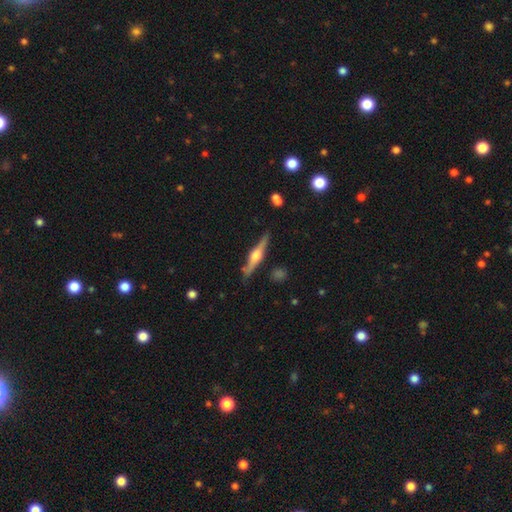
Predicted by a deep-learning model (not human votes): Smooth or featured: featured or disk — 75% (smooth — 20%)
Edge-on disk: yes — 97% (no — 3%)
Edge-on bulge: rounded — 91% (boxy — 7%)
Merging: none — 84% (minor disturbance — 11%)